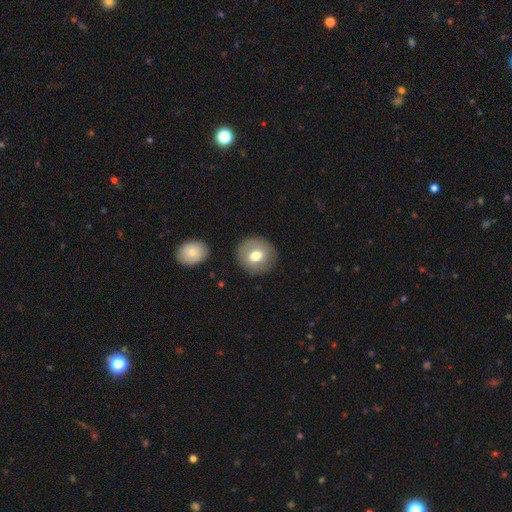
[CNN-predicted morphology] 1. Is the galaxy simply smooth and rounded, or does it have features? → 72% smooth, 20% featured or disk, 8% star or artifact.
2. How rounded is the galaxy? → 91% round, 8% in between, 1% cigar-shaped.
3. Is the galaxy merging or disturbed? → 85% none, 9% minor disturbance, 3% major disturbance, 3% merger.